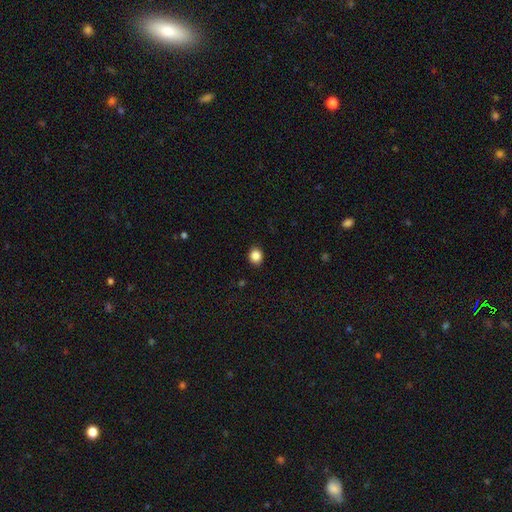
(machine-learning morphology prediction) Smooth or featured?
  - smooth: 86% *
  - star or artifact: 10%
  - featured or disk: 4%
How rounded?
  - round: 70% *
  - in between: 29%
  - cigar-shaped: 1%
Merging?
  - none: 90% *
  - minor disturbance: 7%
  - major disturbance: 2%
  - merger: 1%